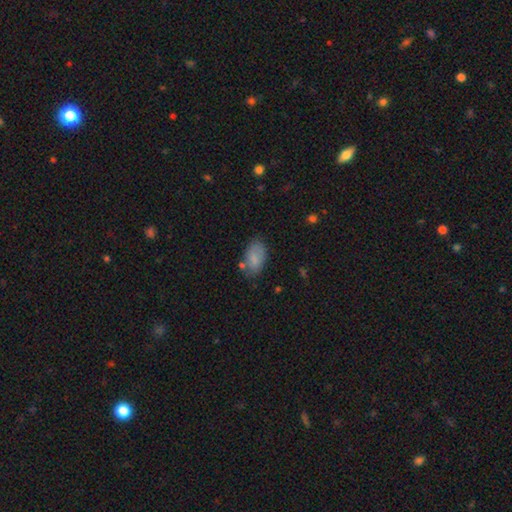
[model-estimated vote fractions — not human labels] smooth_or_featured: smooth (p=0.83) [alt: featured or disk p=0.09]
how_rounded: in between (p=0.93) [alt: round p=0.05]
merging: none (p=0.70) [alt: minor disturbance p=0.19]